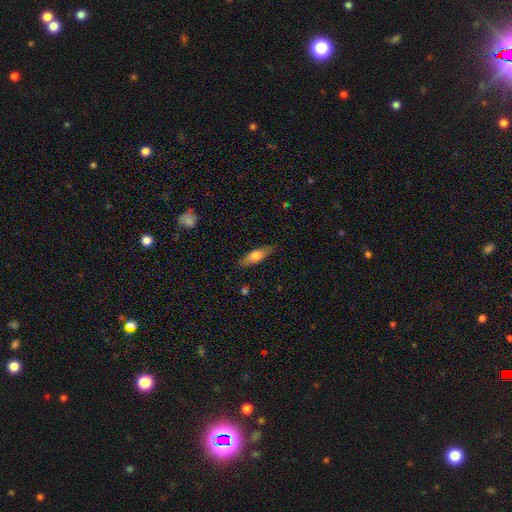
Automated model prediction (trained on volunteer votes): Smooth or featured? smooth (59%)
How rounded? cigar-shaped (50%)
Merging? none (85%)